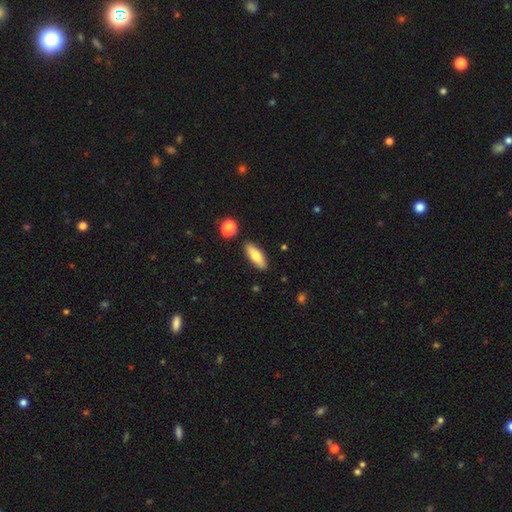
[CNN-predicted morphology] This appears to be a smooth galaxy with no disk features (68%) that is in between round and cigar-shaped (58%). Merging: none (85%).